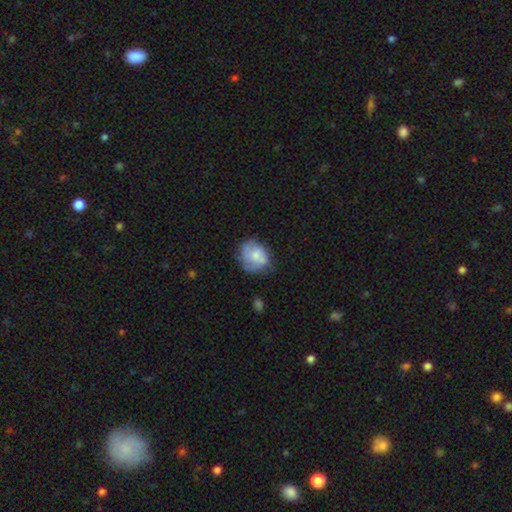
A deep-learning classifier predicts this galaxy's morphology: Overall: smooth (55%; featured or disk 38%). How rounded: round (63%; in between 36%). Merging: none (54%; minor disturbance 29%).